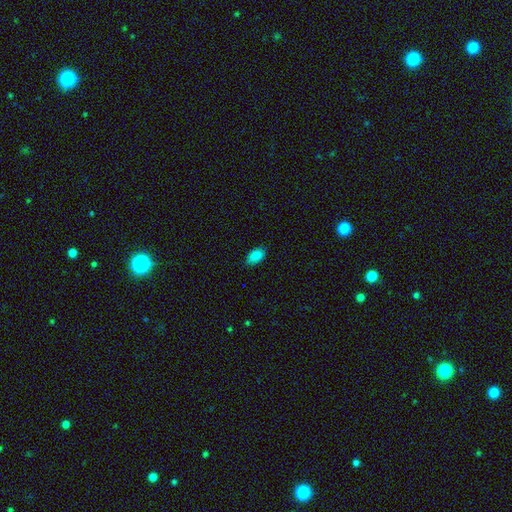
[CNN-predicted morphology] Smooth or featured? smooth (88%)
How rounded? in between (92%)
Merging? none (82%)